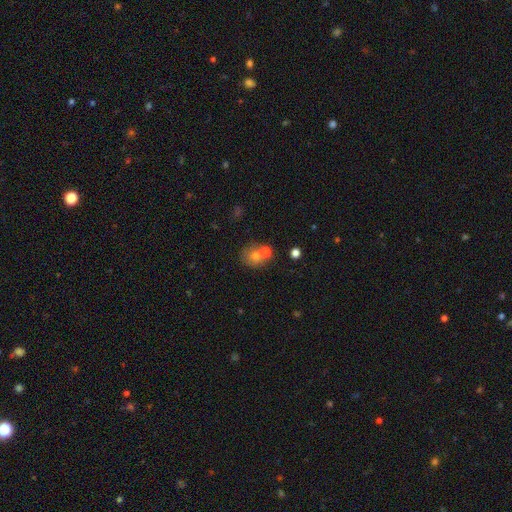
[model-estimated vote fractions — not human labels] This appears to be a smooth galaxy with no disk features (70%) that is round (76%). Merging: none (48%).